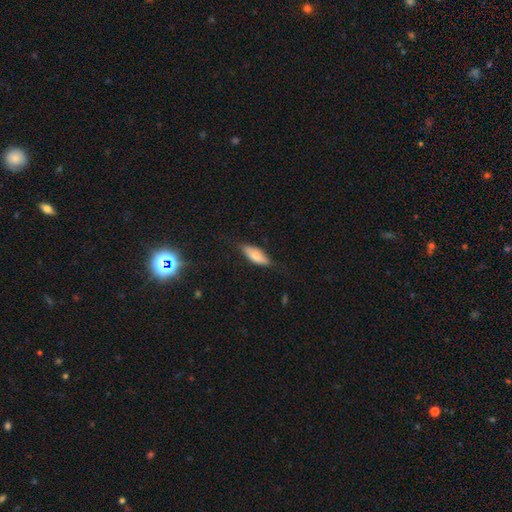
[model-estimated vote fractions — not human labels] smooth_or_featured: smooth (p=0.72) [alt: featured or disk p=0.21]
how_rounded: in between (p=0.71) [alt: cigar-shaped p=0.27]
merging: none (p=0.72) [alt: minor disturbance p=0.21]